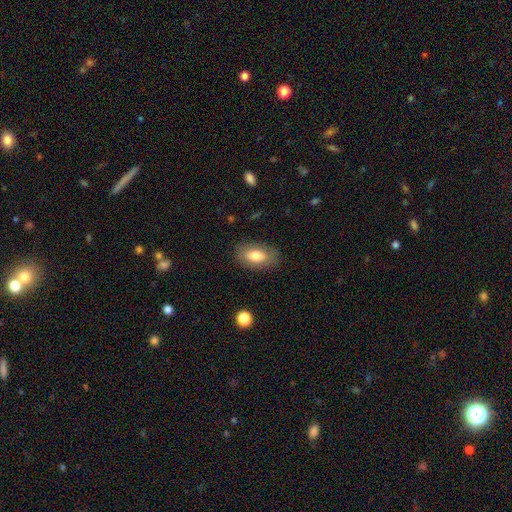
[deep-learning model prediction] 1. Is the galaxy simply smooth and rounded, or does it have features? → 75% smooth, 18% featured or disk, 7% star or artifact.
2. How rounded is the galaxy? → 91% in between, 7% round, 2% cigar-shaped.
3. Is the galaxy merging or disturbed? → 82% none, 12% minor disturbance, 4% major disturbance, 1% merger.